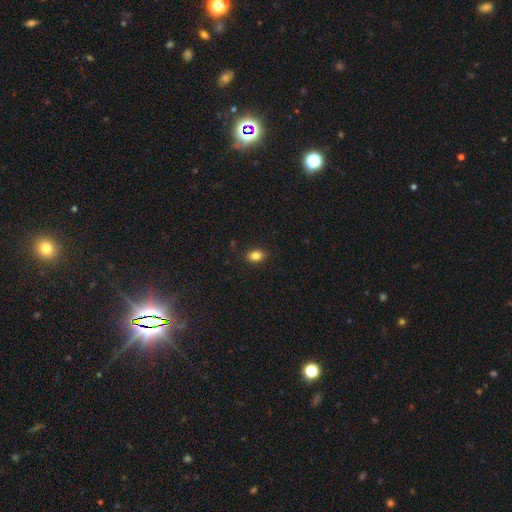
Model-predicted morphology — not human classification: The model was most divided on "how rounded": in between: 76%, round: 22%, cigar-shaped: 2%. More confident: merging — none (88%); smooth or featured — smooth (84%).